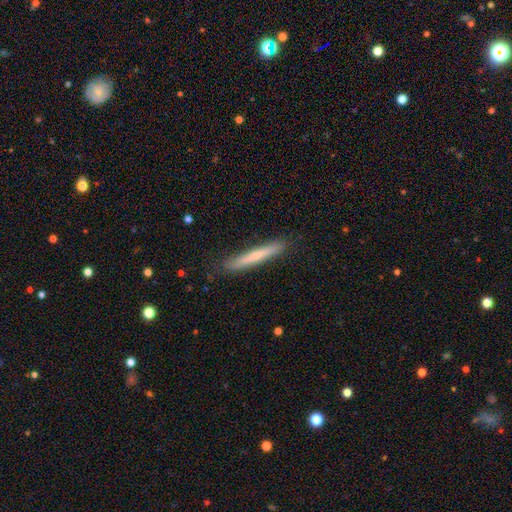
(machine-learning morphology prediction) A smooth galaxy with no disk features (62%) that is cigar-shaped (96%).

Vote fractions:
- Smooth or featured? smooth: 62% / featured or disk: 32% / star or artifact: 6%
- How rounded? cigar-shaped: 96% / in between: 3% / round: 1%
- Merging? none: 88% / minor disturbance: 9% / major disturbance: 2% / merger: 1%